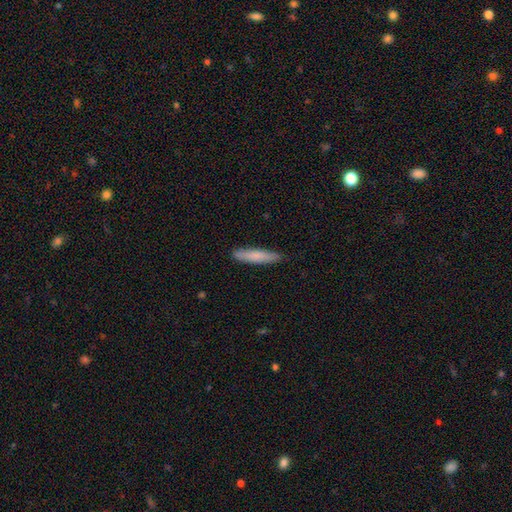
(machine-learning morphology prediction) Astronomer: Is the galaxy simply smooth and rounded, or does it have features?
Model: smooth — 78%.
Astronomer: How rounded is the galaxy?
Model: cigar-shaped — 90%.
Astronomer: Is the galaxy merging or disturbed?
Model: none — 88%.